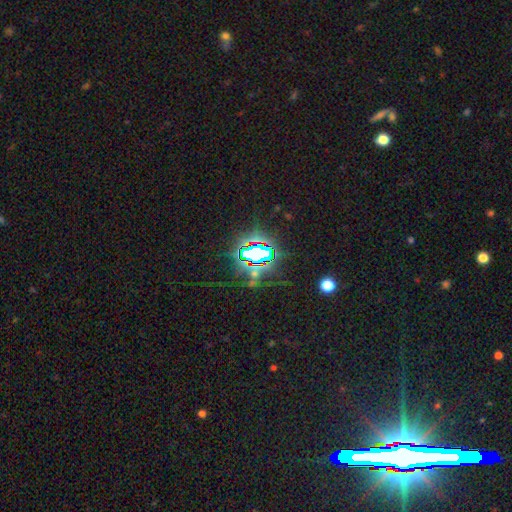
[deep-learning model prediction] star or artifact 78%, smooth 11%, featured or disk 11%.